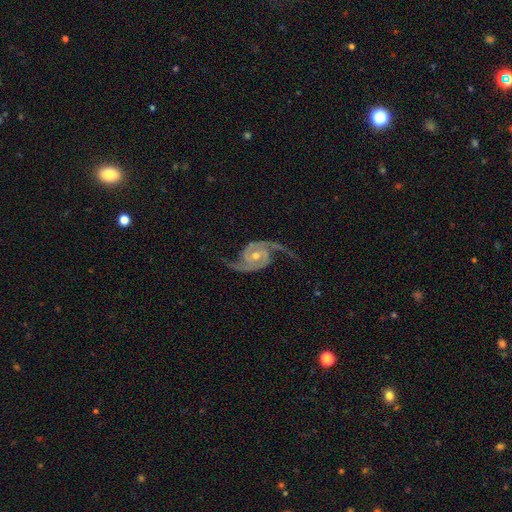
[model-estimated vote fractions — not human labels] A featured or disk galaxy (94%) with no bar (66%), 2 (93%) medium (55%) spiral arms (99%) and a moderate central bulge (52%).

Vote fractions:
- Smooth or featured? featured or disk: 94% / star or artifact: 4% / smooth: 2%
- Edge-on disk? no: 98% / yes: 2%
- Bar? no: 66% / weak: 25% / strong: 9%
- Spiral arms? yes: 99% / no: 1%
- Spiral winding? medium: 55% / loose: 26% / tight: 19%
- Spiral arm count? 2: 93% / 3: 2% / can't tell: 1% / 1: 1% / 4: 1% / more than 4: 1%
- Bulge size? moderate: 52% / small: 44% / large: 2% / none: 1% / dominant: 1%
- Merging? none: 78% / minor disturbance: 14% / major disturbance: 6% / merger: 2%